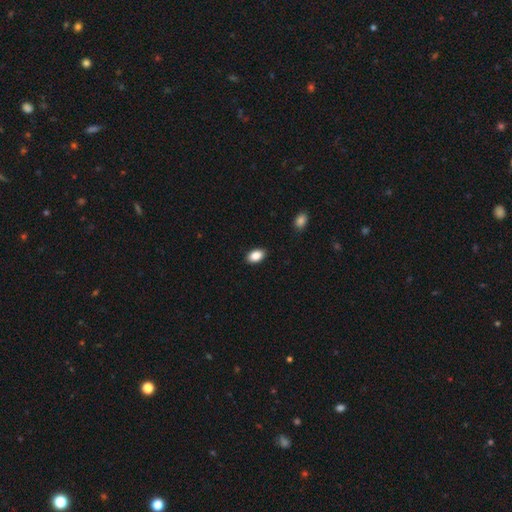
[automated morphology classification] Smooth or featured?
  - smooth: 87% *
  - star or artifact: 8%
  - featured or disk: 5%
How rounded?
  - in between: 90% *
  - round: 8%
  - cigar-shaped: 2%
Merging?
  - none: 89% *
  - minor disturbance: 8%
  - major disturbance: 2%
  - merger: 1%